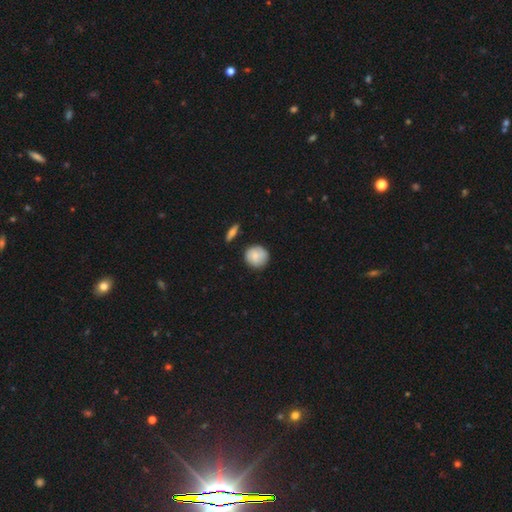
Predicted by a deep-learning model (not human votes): Smooth or featured?
  - smooth: 80% *
  - featured or disk: 13%
  - star or artifact: 7%
How rounded?
  - round: 89% *
  - in between: 9%
  - cigar-shaped: 1%
Merging?
  - none: 81% *
  - minor disturbance: 14%
  - major disturbance: 2%
  - merger: 2%